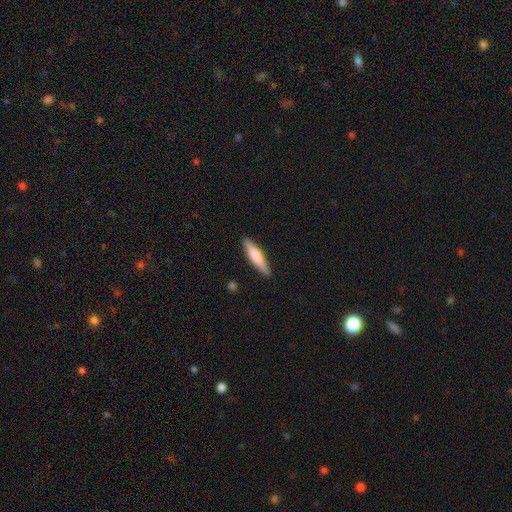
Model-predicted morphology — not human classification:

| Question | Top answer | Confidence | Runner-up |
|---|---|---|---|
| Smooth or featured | smooth | 64% | featured or disk (30%) |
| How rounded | cigar-shaped | 84% | in between (15%) |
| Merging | none | 89% | minor disturbance (8%) |